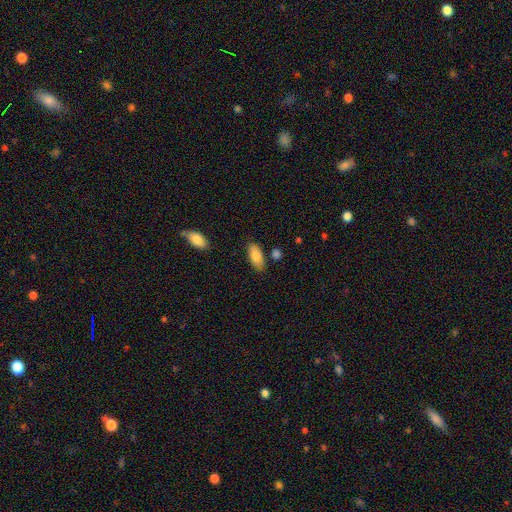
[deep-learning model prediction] Smooth or featured?
  - smooth: 83% *
  - featured or disk: 11%
  - star or artifact: 6%
How rounded?
  - in between: 89% *
  - cigar-shaped: 9%
  - round: 2%
Merging?
  - none: 79% *
  - minor disturbance: 14%
  - merger: 4%
  - major disturbance: 3%